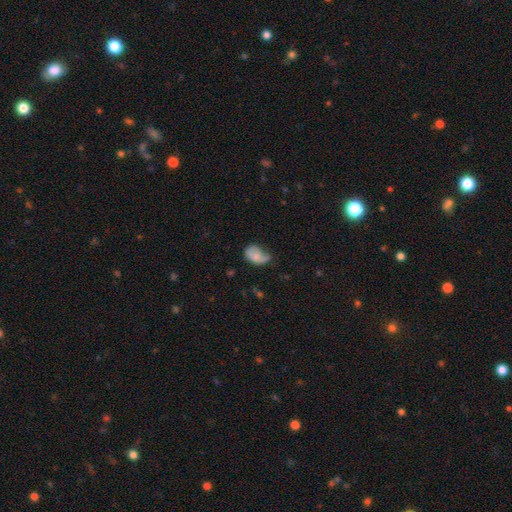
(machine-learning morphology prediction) This is likely a smooth galaxy (64%). How rounded: clearly in between (83%). Merging: marginally minor disturbance (37%).